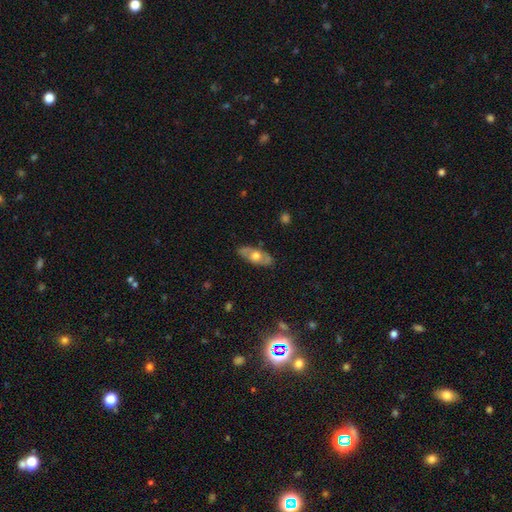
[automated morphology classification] This appears to be a featured or disk galaxy (49%). Merging: none (83%).